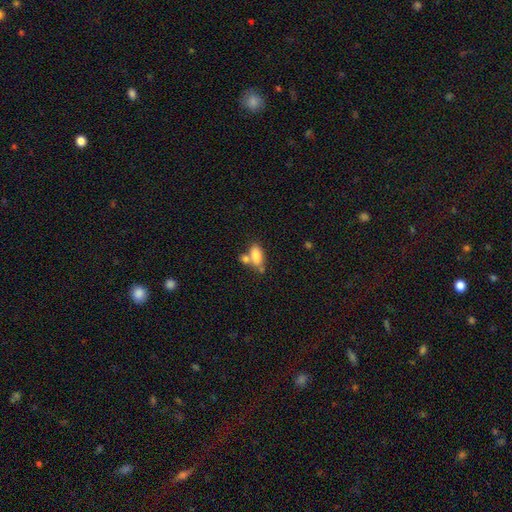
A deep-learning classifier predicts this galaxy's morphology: A smooth galaxy with no disk features (79%) that is in between round and cigar-shaped (86%).

Vote fractions:
- Smooth or featured? smooth: 79% / featured or disk: 12% / star or artifact: 8%
- How rounded? in between: 86% / cigar-shaped: 9% / round: 5%
- Merging? none: 41% / merger: 40% / minor disturbance: 14% / major disturbance: 6%